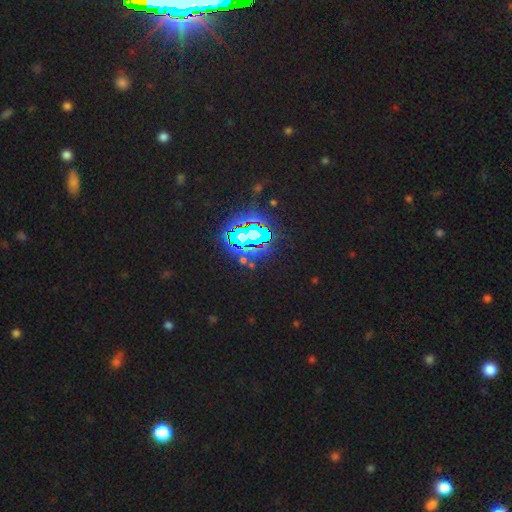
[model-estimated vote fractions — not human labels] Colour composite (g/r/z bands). It shows a star or artifact, not a galaxy (83%).